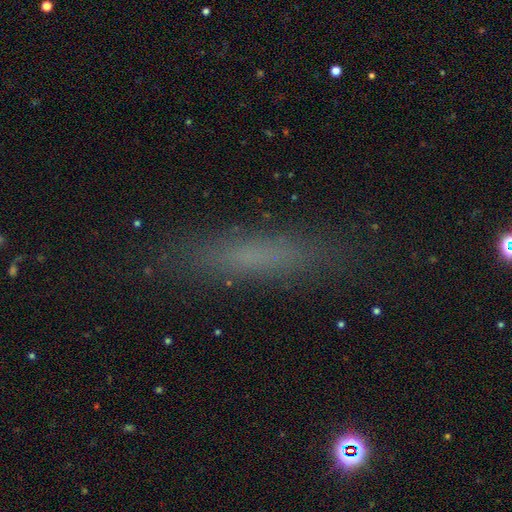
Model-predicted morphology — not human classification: A smooth galaxy with no disk features (60%) that is cigar-shaped (84%).

Vote fractions:
- Smooth or featured? smooth: 60% / featured or disk: 24% / star or artifact: 16%
- How rounded? cigar-shaped: 84% / in between: 14% / round: 2%
- Merging? none: 85% / minor disturbance: 11% / major disturbance: 3% / merger: 1%